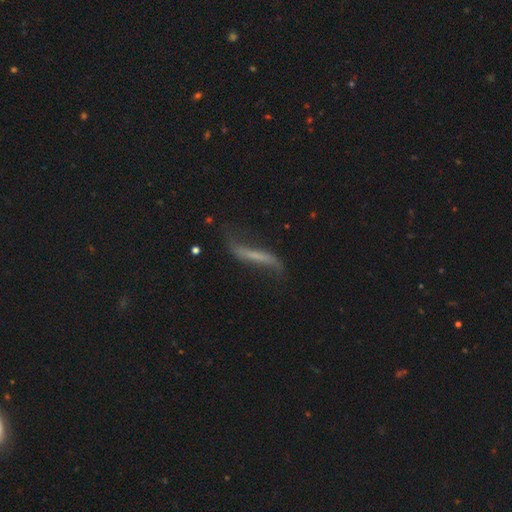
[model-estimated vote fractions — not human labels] smooth-or-featured: featured or disk: 66% | smooth: 24% | star or artifact: 10%
  disk-edge-on: no: 68% | yes: 32%
  merging: none: 53% | minor disturbance: 25% | major disturbance: 18% | merger: 4%